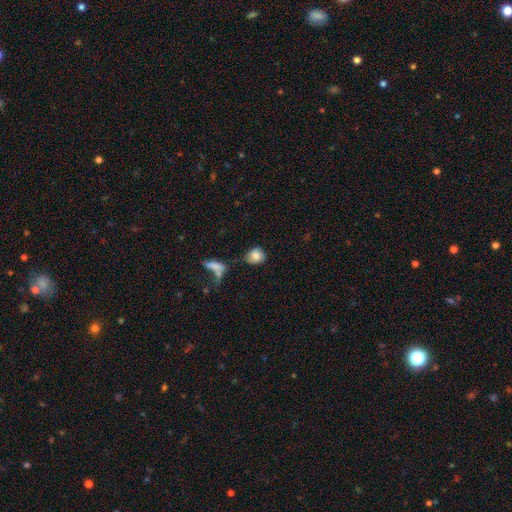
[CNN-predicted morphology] smooth-or-featured: smooth: 81% | featured or disk: 11% | star or artifact: 8%
  how-rounded: round: 65% | in between: 32% | cigar-shaped: 2%
  merging: none: 54% | minor disturbance: 24% | merger: 12% | major disturbance: 10%